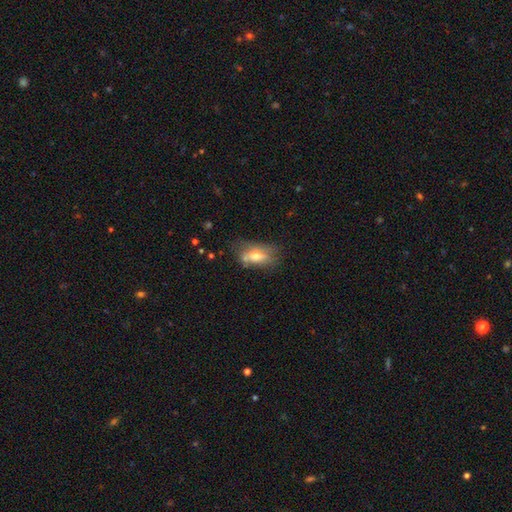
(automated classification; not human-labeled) This is possibly a smooth galaxy (59%). How rounded: clearly in between (82%). Merging: possibly none (48%).